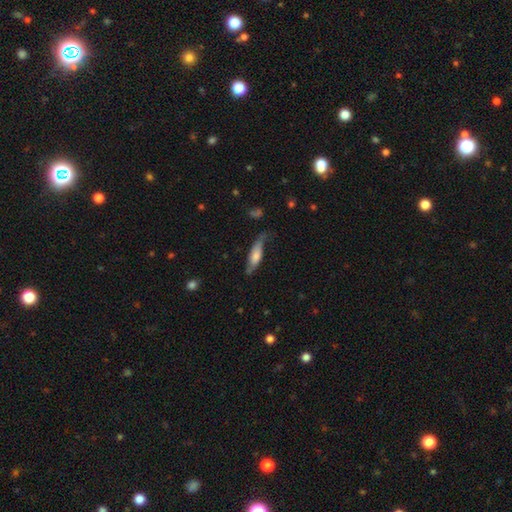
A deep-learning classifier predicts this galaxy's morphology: This is likely a smooth galaxy (61%). How rounded: possibly cigar-shaped (50%). Merging: possibly none (50%).